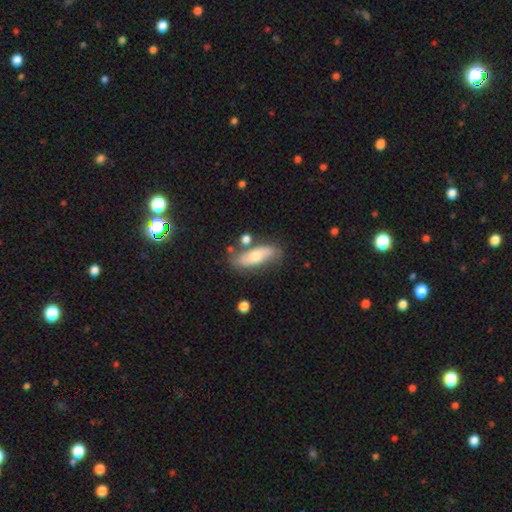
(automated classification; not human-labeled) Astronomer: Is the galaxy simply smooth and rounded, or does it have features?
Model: smooth — 55% (runner-up: featured or disk, 39%).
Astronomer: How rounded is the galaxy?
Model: in between — 68%.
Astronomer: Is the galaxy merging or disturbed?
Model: none — 69%.